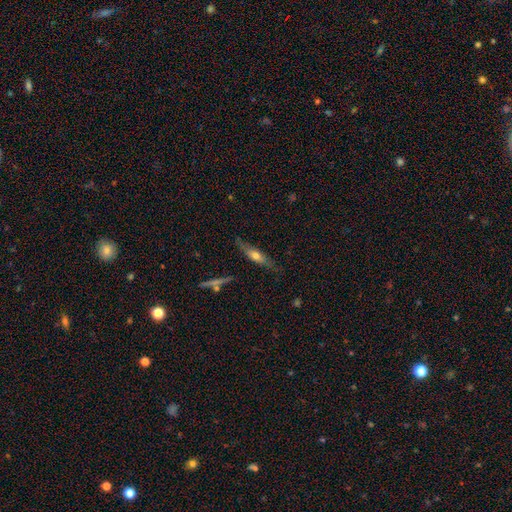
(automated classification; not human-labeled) Smooth or featured? featured or disk (48%)
Merging? none (76%)